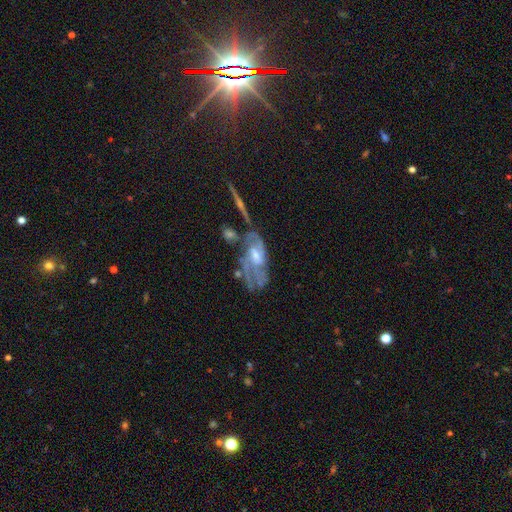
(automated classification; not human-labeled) This is likely a featured or disk galaxy (77%). It is clearly not viewed edge-on (90%). Bar: possibly no (51%). Spiral arm pattern: clearly yes (82%). Spiral arm count: marginally can't tell (41%). Spiral winding: marginally medium (43%). Central bulge: possibly moderate (49%). Merging: marginally none (38%).